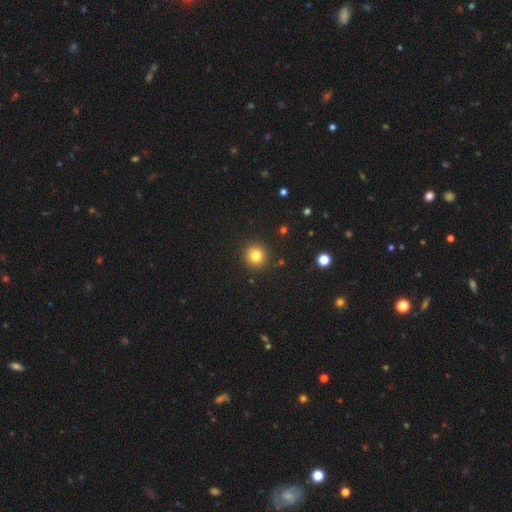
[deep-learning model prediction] Overall: smooth (80%). How rounded: round (94%). Merging: none (91%).